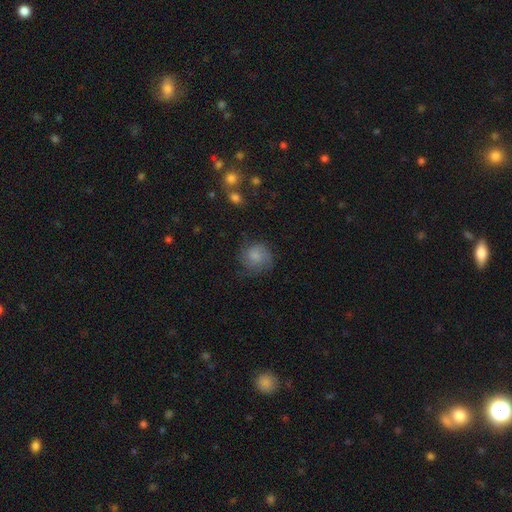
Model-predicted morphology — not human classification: type=smooth (63%); roundness=round (86%); merging=none (65%).